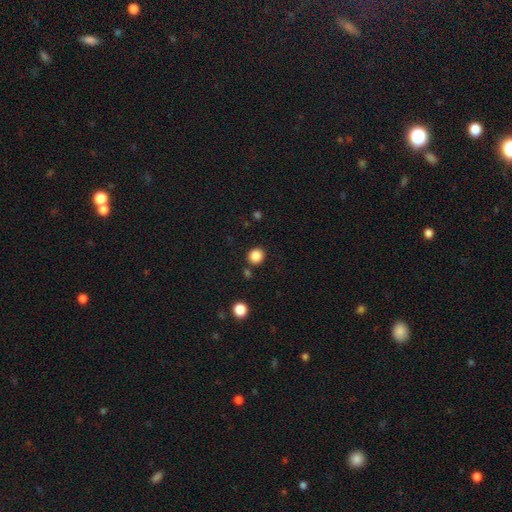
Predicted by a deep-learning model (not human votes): Overall: smooth (86%). How rounded: round (86%). Merging: none (86%).